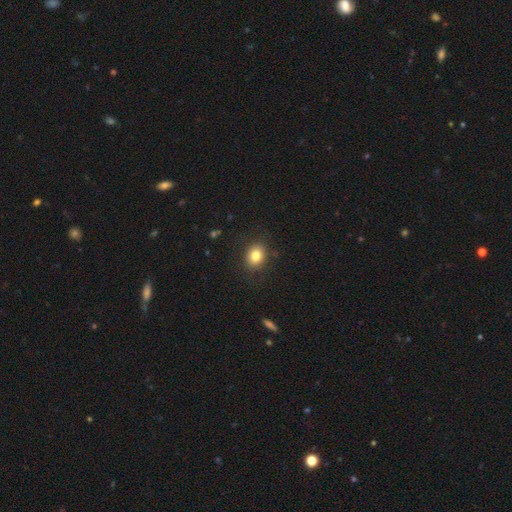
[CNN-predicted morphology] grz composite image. It shows a smooth galaxy with no disk features (82%) that is round (53%). Merging: none (85%).